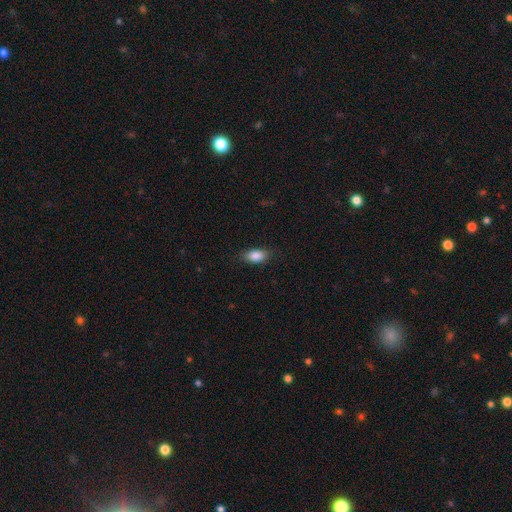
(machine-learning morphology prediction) Smooth or featured? smooth (87%)
How rounded? in between (90%)
Merging? none (84%)